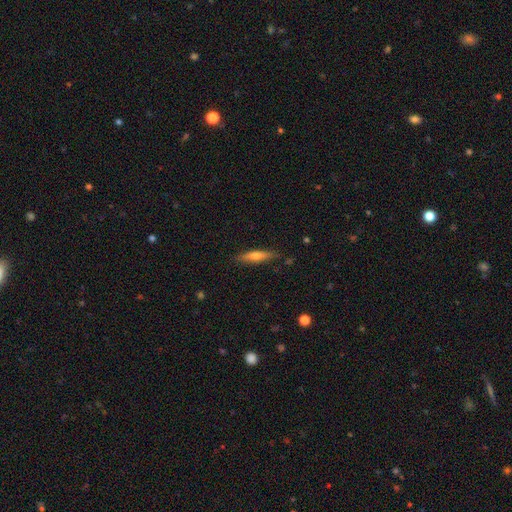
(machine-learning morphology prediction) Smooth or featured: smooth — 54% (featured or disk — 39%)
How rounded: cigar-shaped — 85% (in between — 13%)
Merging: none — 84% (minor disturbance — 12%)